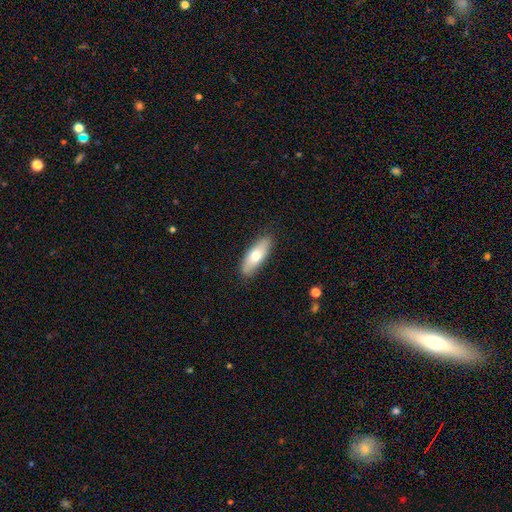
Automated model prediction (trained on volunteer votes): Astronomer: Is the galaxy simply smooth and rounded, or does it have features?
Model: smooth — 69%.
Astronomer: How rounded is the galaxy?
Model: in between — 63%.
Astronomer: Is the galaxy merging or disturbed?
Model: none — 88%.